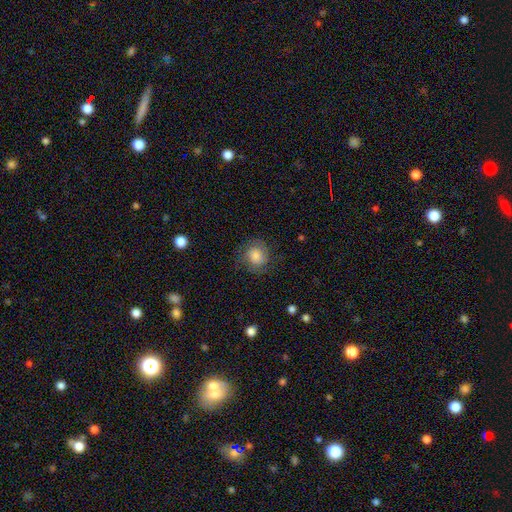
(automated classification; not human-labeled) Q: Smooth or featured?
A: smooth (66%); runner-up: featured or disk (25%)
Q: How rounded?
A: round (86%); runner-up: in between (13%)
Q: Merging?
A: none (76%); runner-up: minor disturbance (16%)